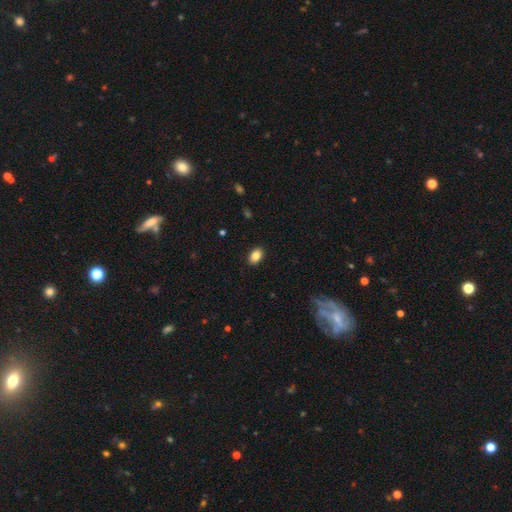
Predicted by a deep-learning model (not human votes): smooth 86%, star or artifact 8%, featured or disk 6%. Down the decision tree: how rounded — in between (85%); merging — none (89%).